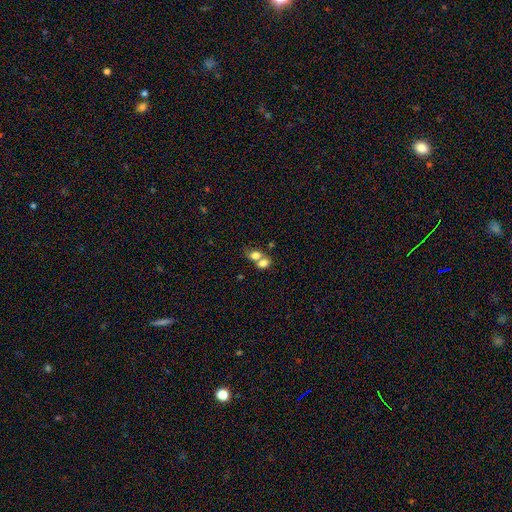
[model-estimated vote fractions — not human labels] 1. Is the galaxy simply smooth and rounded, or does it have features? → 74% smooth, 15% featured or disk, 10% star or artifact.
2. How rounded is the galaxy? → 66% in between, 32% round, 2% cigar-shaped.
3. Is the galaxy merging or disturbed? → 66% merger, 23% none, 7% minor disturbance, 5% major disturbance.